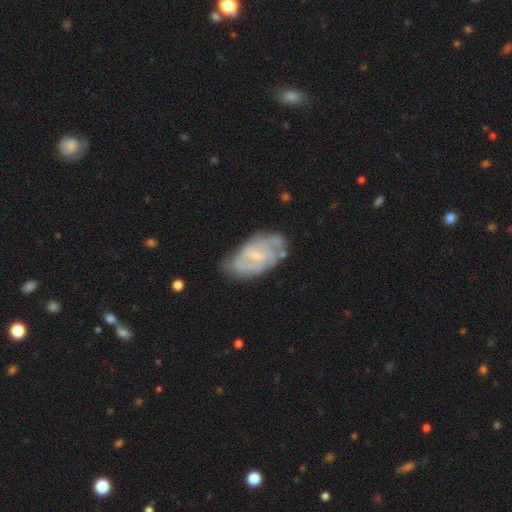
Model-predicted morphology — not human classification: Smooth or featured: featured or disk — 77% (smooth — 17%)
Edge-on disk: no — 96% (yes — 4%)
Bar: weak — 49% (no — 40%)
Spiral arms: yes — 86% (no — 14%)
Spiral winding: tight — 47% (medium — 40%)
Spiral arm count: can't tell — 37% (2 — 31%)
Bulge size: small — 70% (moderate — 19%)
Merging: none — 63% (minor disturbance — 25%)